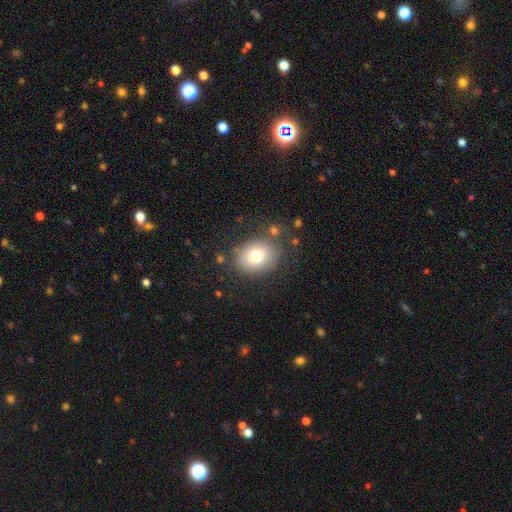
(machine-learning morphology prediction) The model was most divided on "how rounded": round: 52%, in between: 48%, cigar-shaped: 1%. More confident: merging — none (77%); smooth or featured — smooth (76%).